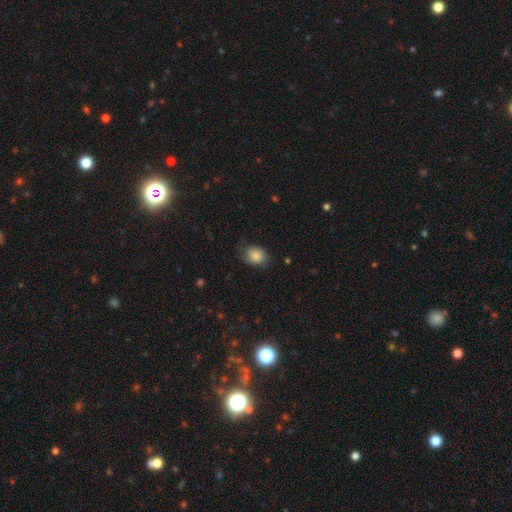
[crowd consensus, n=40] Smooth or featured? 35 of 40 (88%) said smooth. How rounded? 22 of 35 (63%) said in between. Merging? 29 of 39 (74%) said none.